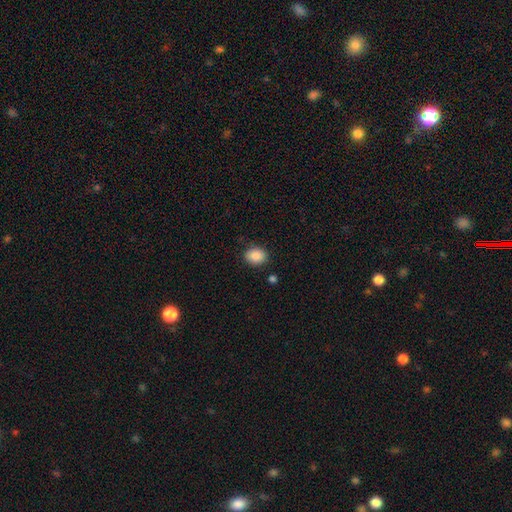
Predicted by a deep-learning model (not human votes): Q: Smooth or featured?
A: smooth (88%); runner-up: star or artifact (8%)
Q: How rounded?
A: in between (54%); runner-up: round (46%)
Q: Merging?
A: none (85%); runner-up: minor disturbance (10%)